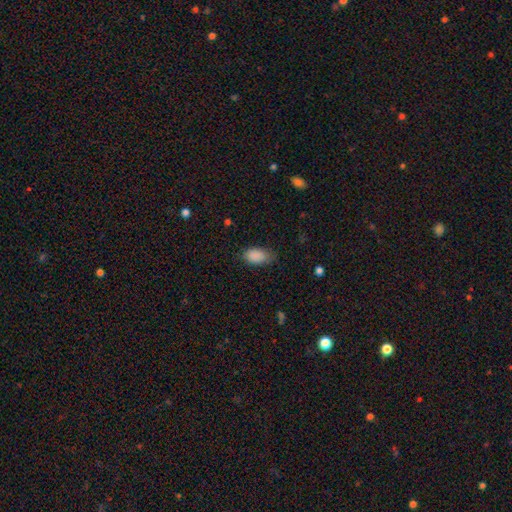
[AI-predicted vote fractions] Overall: smooth (88%). How rounded: in between (93%). Merging: none (68%).